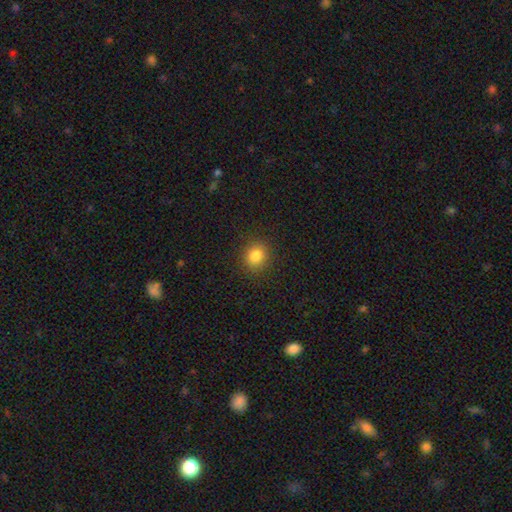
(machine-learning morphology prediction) smooth 83%, star or artifact 12%, featured or disk 5%. Down the decision tree: how rounded — round (79%); merging — none (91%).